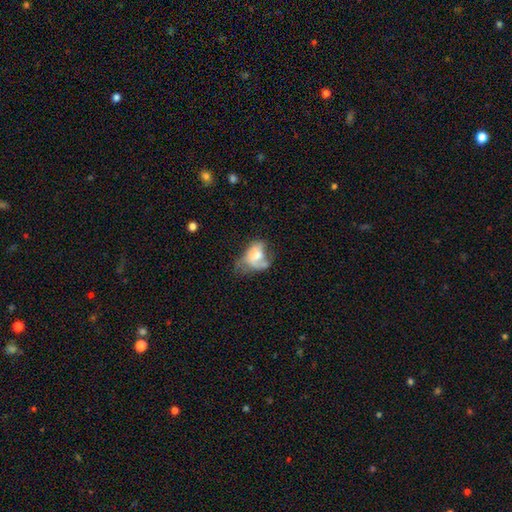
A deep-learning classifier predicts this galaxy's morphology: smooth 49%, featured or disk 43%, star or artifact 8%. Down the decision tree: merging — major disturbance (40%).